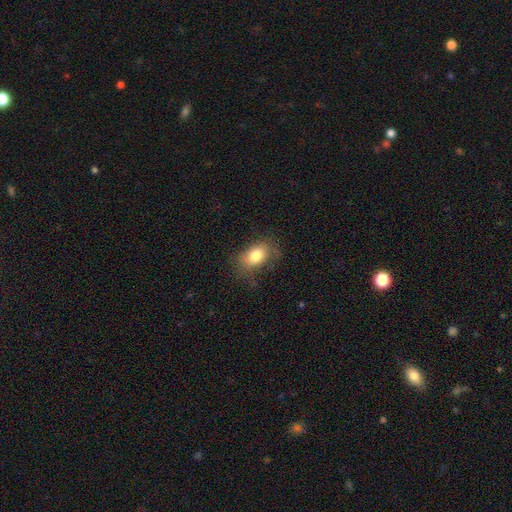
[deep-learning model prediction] Morphology: type=smooth (79%); roundness=in between (81%); merging=none (66%).